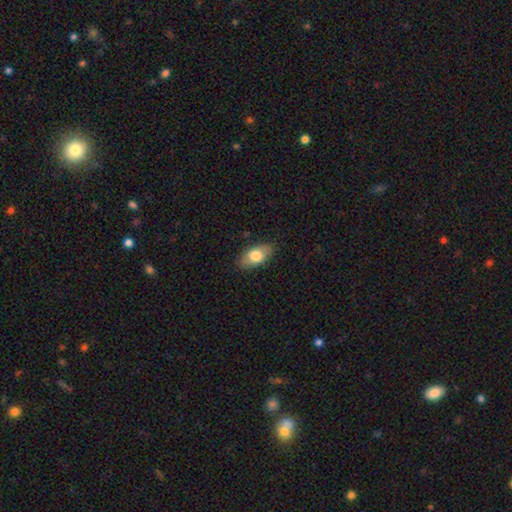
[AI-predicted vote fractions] smooth 74%, featured or disk 19%, star or artifact 6%. Down the decision tree: how rounded — in between (90%); merging — none (85%).